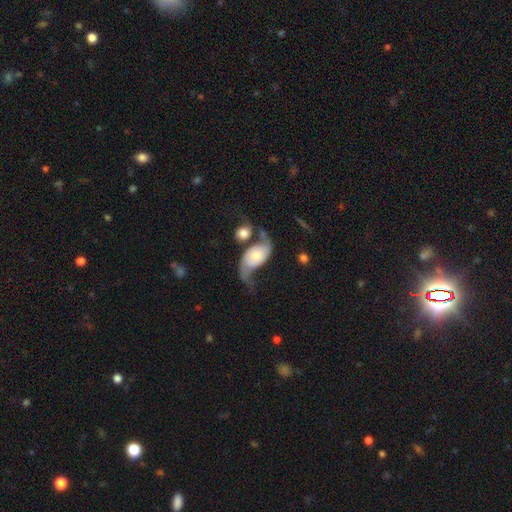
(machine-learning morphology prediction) Smooth or featured: featured or disk — 73% (smooth — 21%)
Edge-on disk: no — 96% (yes — 4%)
Bar: no — 71% (weak — 22%)
Spiral arms: yes — 90% (no — 10%)
Spiral winding: loose — 76% (medium — 18%)
Spiral arm count: 2 — 87% (1 — 7%)
Bulge size: moderate — 50% (small — 32%)
Merging: none — 34% (merger — 26%)